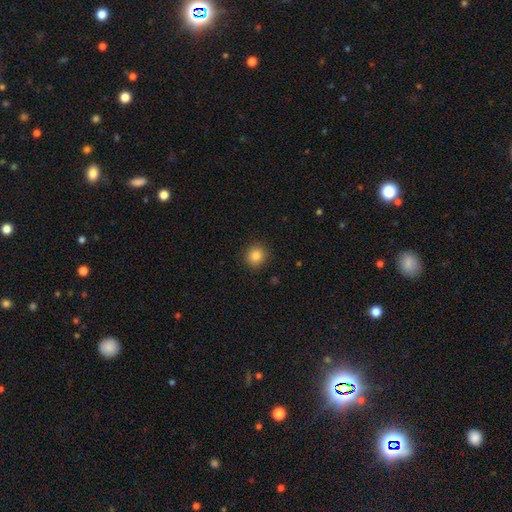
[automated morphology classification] Q: Smooth or featured?
A: smooth (85%); runner-up: star or artifact (11%)
Q: How rounded?
A: round (88%); runner-up: in between (11%)
Q: Merging?
A: none (90%); runner-up: minor disturbance (7%)